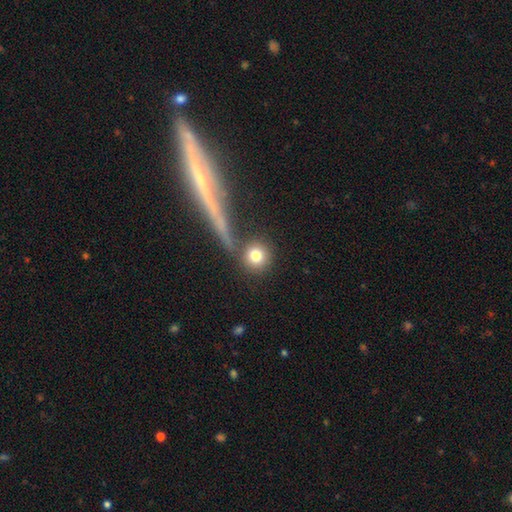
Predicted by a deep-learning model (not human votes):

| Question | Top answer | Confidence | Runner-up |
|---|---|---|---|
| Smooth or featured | smooth | 79% | star or artifact (11%) |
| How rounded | round | 92% | in between (6%) |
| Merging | none | 75% | merger (12%) |